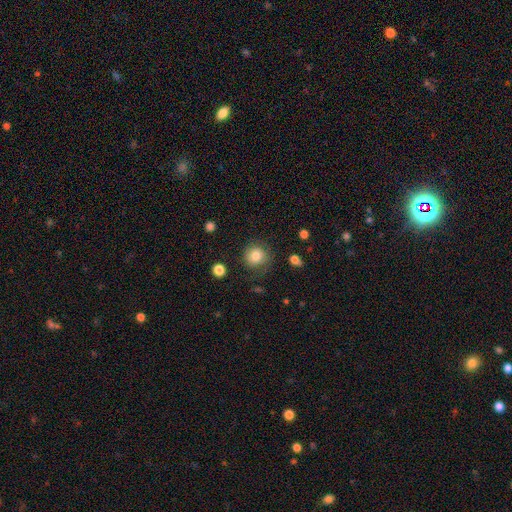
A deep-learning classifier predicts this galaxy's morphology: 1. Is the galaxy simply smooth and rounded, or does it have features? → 81% smooth, 10% star or artifact, 9% featured or disk.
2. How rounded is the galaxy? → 88% round, 11% in between, 1% cigar-shaped.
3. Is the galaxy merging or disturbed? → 75% none, 16% minor disturbance, 7% major disturbance, 2% merger.